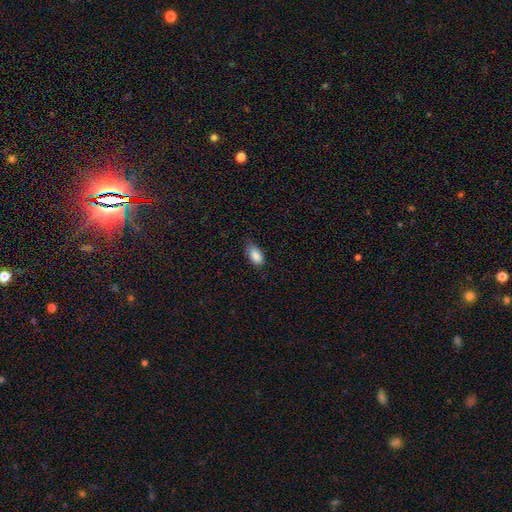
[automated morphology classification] This appears to be a smooth galaxy with no disk features (88%) that is in between round and cigar-shaped (93%). Merging: none (64%).